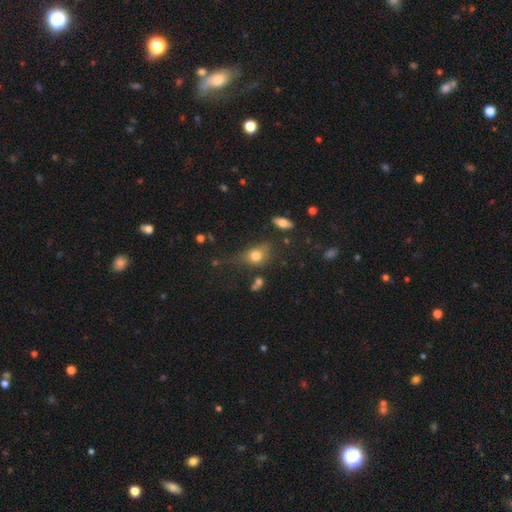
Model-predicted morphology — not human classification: Overall: smooth (74%). How rounded: in between (58%; round 39%). Merging: none (44%; minor disturbance 28%).